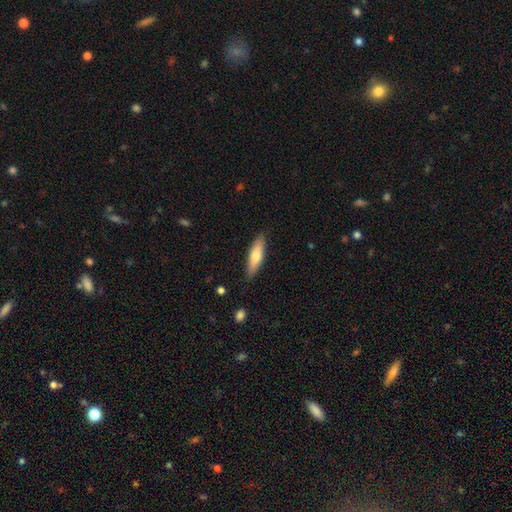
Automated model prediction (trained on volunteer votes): This appears to be a smooth galaxy with no disk features (66%) that is cigar-shaped (62%). Merging: none (86%).